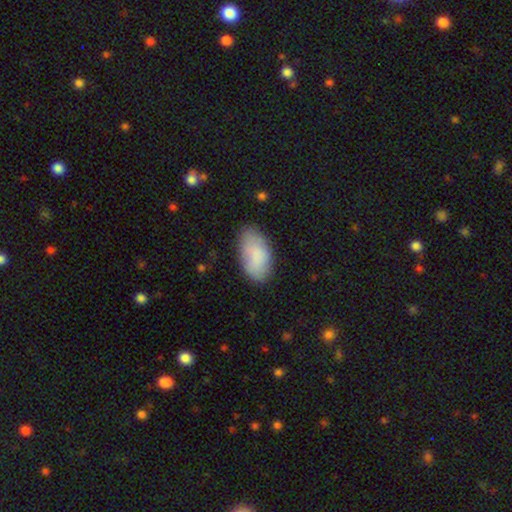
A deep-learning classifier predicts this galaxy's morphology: type=smooth (84%); roundness=in between (95%); merging=none (73%).